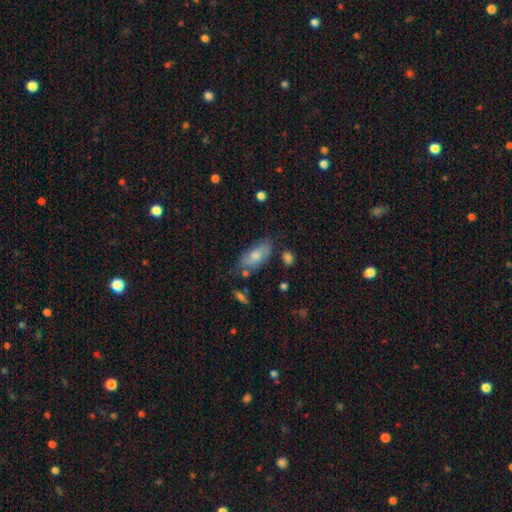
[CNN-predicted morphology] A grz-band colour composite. It shows a smooth galaxy with no disk features (71%) that is in between round and cigar-shaped (88%). Merging: none (63%).